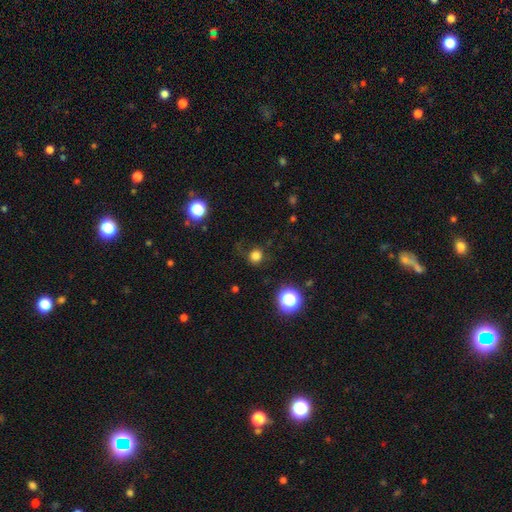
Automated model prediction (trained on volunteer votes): Smooth or featured?
  - smooth: 79% *
  - star or artifact: 17%
  - featured or disk: 5%
How rounded?
  - round: 91% *
  - in between: 8%
  - cigar-shaped: 1%
Merging?
  - none: 78% *
  - minor disturbance: 13%
  - major disturbance: 7%
  - merger: 2%